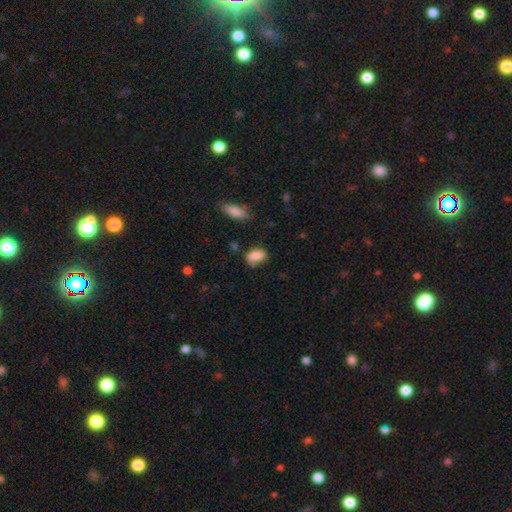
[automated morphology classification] The model was most divided on "merging": none: 52%, minor disturbance: 31%, major disturbance: 11%, merger: 5%. More confident: how rounded — in between (86%); smooth or featured — smooth (80%).